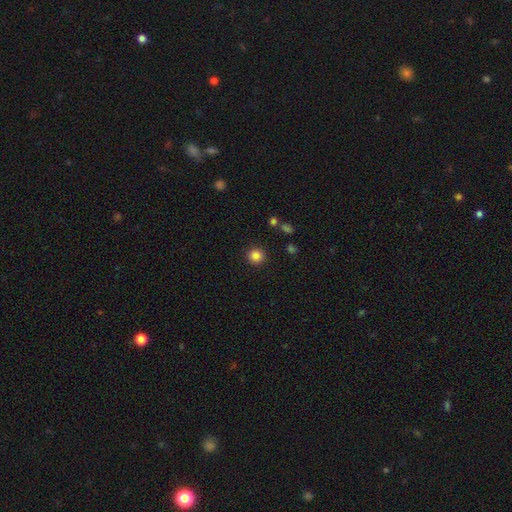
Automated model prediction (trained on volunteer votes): The model was most divided on "smooth or featured": smooth: 86%, star or artifact: 11%, featured or disk: 4%. More confident: how rounded — round (91%); merging — none (90%).